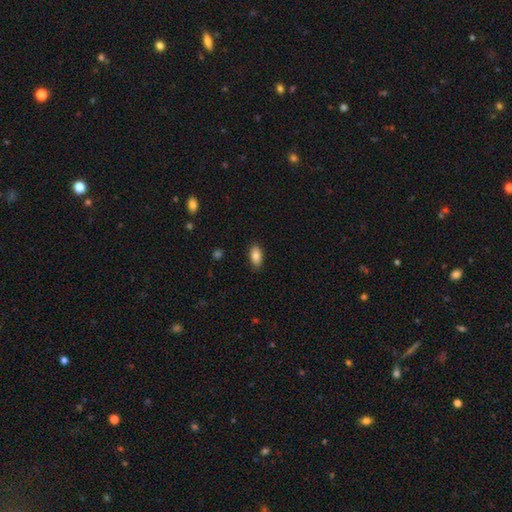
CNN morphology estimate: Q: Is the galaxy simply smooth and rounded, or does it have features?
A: smooth — 85%.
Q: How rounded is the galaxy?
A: in between — 92%.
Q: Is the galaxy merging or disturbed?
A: none — 86%.